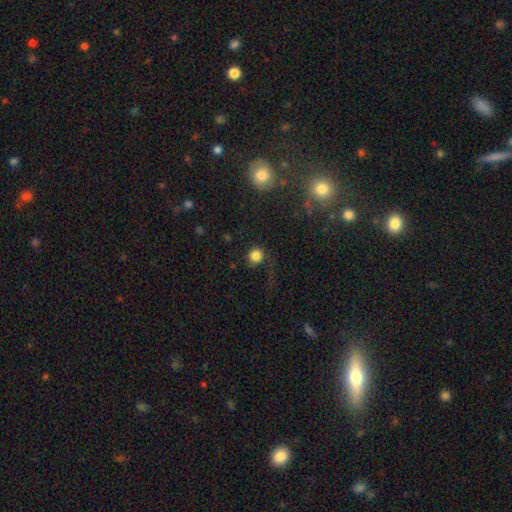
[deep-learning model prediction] Smooth or featured? Predicted: smooth (p=0.82). How rounded? Predicted: round (p=0.90). Merging? Predicted: none (p=0.74).